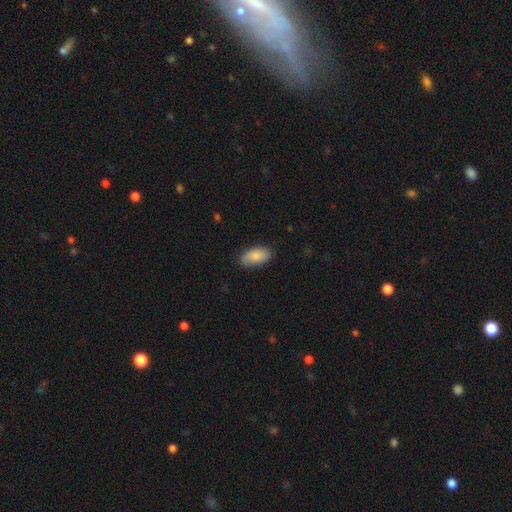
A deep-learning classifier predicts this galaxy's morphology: Smooth or featured? Predicted: smooth (p=0.84). How rounded? Predicted: in between (p=0.94). Merging? Predicted: none (p=0.80).